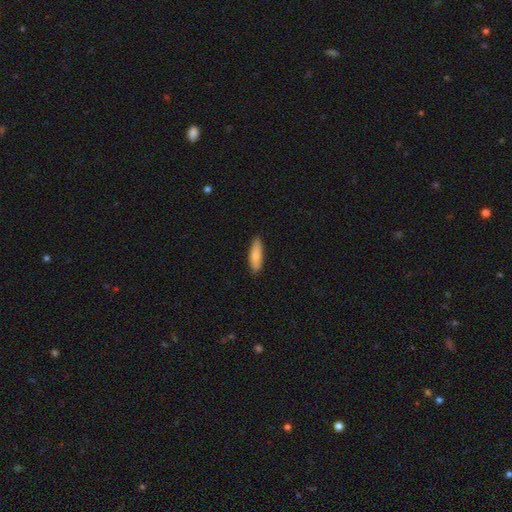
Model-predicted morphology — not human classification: Smooth or featured: smooth — 81% (featured or disk — 13%)
How rounded: cigar-shaped — 59% (in between — 39%)
Merging: none — 88% (minor disturbance — 9%)